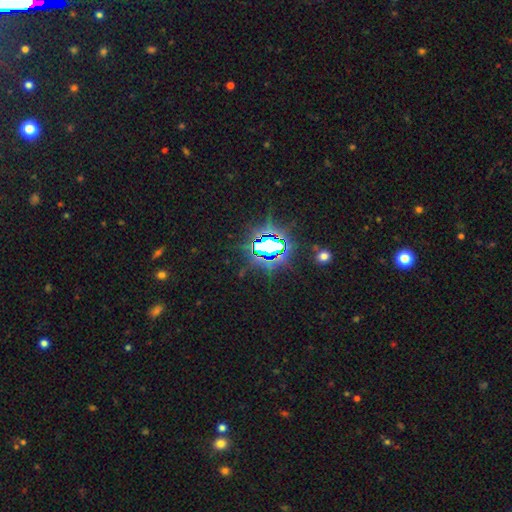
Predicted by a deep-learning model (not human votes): smooth-or-featured: star or artifact: 79% | smooth: 12% | featured or disk: 9%